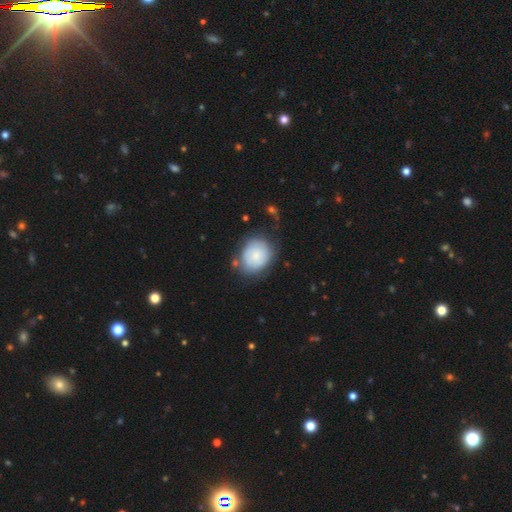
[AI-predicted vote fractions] Smooth or featured?
  - smooth: 62% *
  - featured or disk: 32%
  - star or artifact: 7%
How rounded?
  - round: 65% *
  - in between: 34%
  - cigar-shaped: 1%
Merging?
  - none: 63% *
  - minor disturbance: 23%
  - major disturbance: 9%
  - merger: 5%